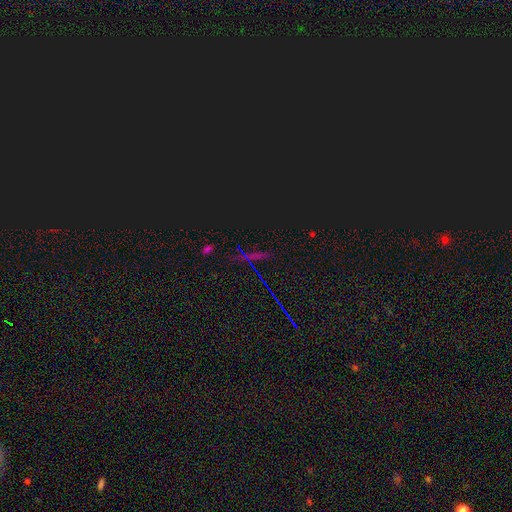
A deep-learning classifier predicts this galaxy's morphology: Smooth or featured?
  - star or artifact: 79% *
  - smooth: 12%
  - featured or disk: 9%